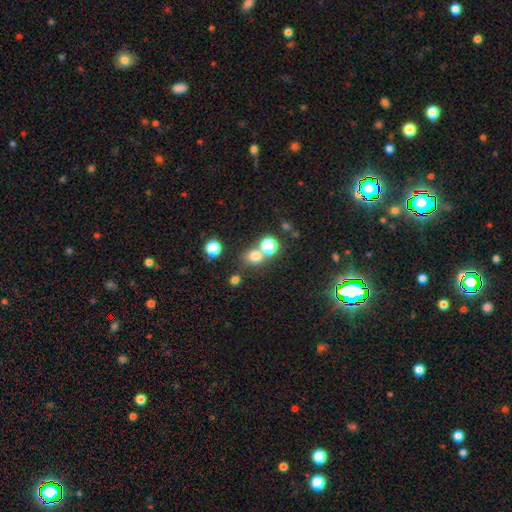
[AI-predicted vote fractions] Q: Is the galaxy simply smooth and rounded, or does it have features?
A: smooth — 71%.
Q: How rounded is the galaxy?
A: round — 77%.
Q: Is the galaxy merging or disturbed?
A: none — 64%.